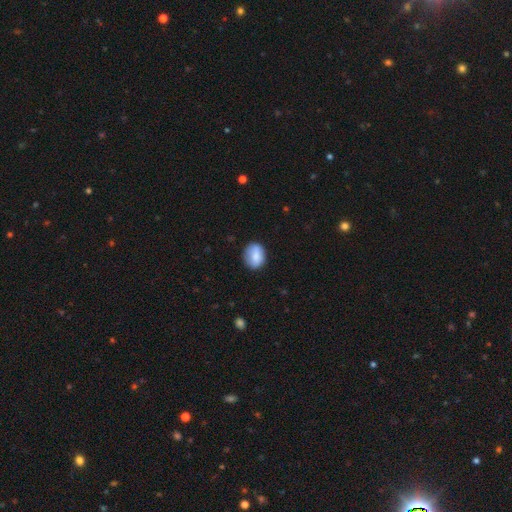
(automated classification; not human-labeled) Q: Smooth or featured?
A: smooth (79%); runner-up: featured or disk (14%)
Q: How rounded?
A: in between (56%); runner-up: round (43%)
Q: Merging?
A: none (76%); runner-up: minor disturbance (18%)